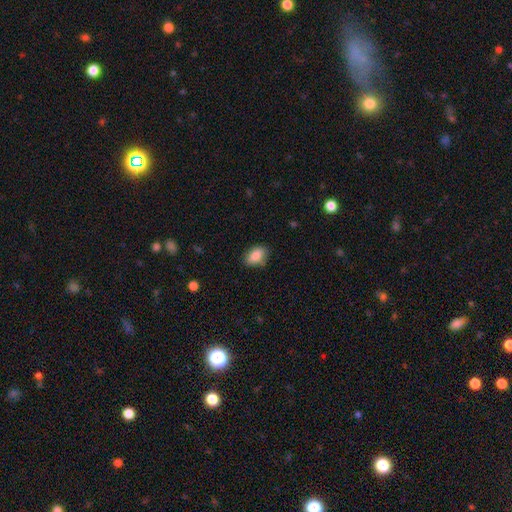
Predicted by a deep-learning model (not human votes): Smooth or featured? smooth (84%)
How rounded? in between (87%)
Merging? none (77%)